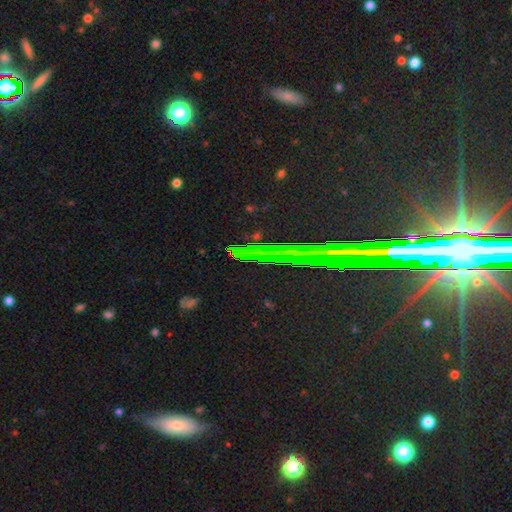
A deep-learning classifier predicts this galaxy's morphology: Smooth or featured? Predicted: star or artifact (p=0.72).